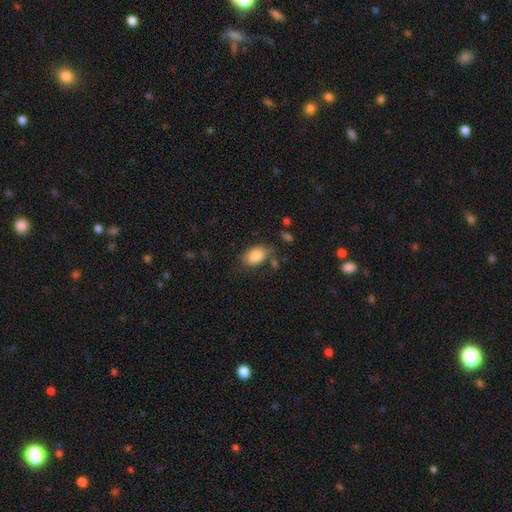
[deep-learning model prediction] smooth-or-featured: smooth: 85% | featured or disk: 8% | star or artifact: 7%
  how-rounded: in between: 89% | round: 10% | cigar-shaped: 1%
  merging: none: 69% | minor disturbance: 20% | major disturbance: 6% | merger: 5%